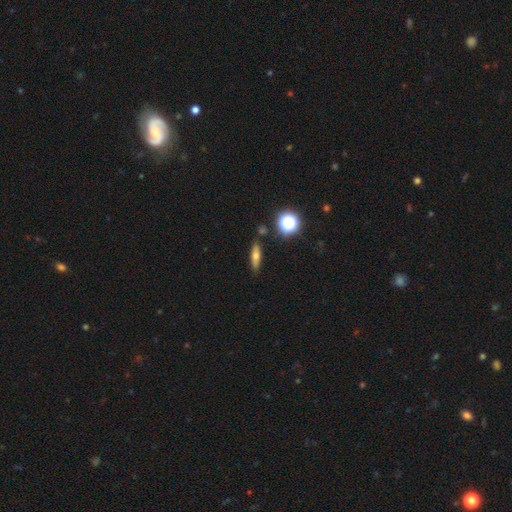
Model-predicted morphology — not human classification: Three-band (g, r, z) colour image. It shows a smooth galaxy with no disk features (56%) that is cigar-shaped (59%). Merging: none (85%).